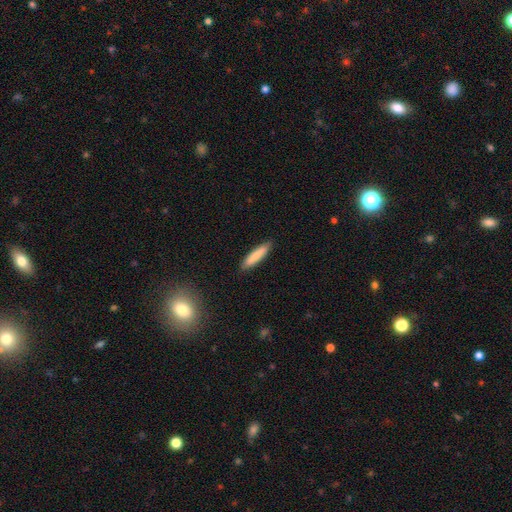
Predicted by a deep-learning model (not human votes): smooth-or-featured: smooth: 84% | featured or disk: 10% | star or artifact: 6%
  how-rounded: cigar-shaped: 83% | in between: 16% | round: 1%
  merging: none: 89% | minor disturbance: 8% | major disturbance: 2% | merger: 1%